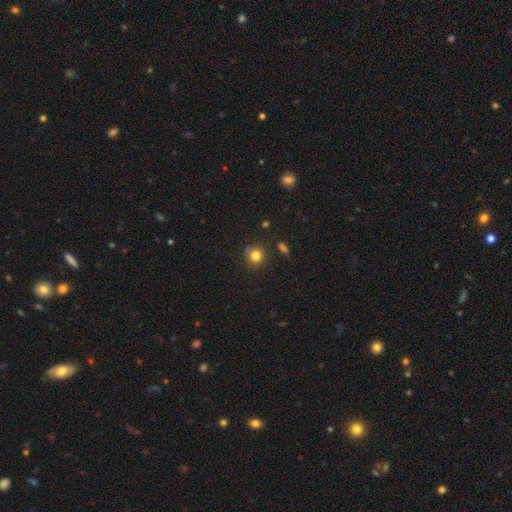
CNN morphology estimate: Smooth or featured: smooth — 82% (star or artifact — 12%)
How rounded: round — 86% (in between — 13%)
Merging: none — 77% (minor disturbance — 16%)